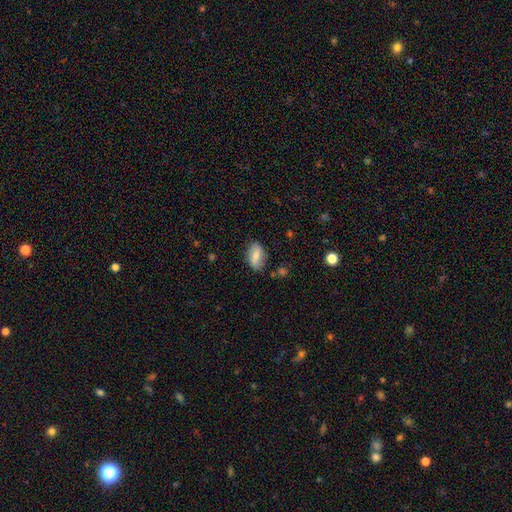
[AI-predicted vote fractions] smooth 72%, featured or disk 21%, star or artifact 7%. Down the decision tree: how rounded — in between (89%); merging — none (78%).